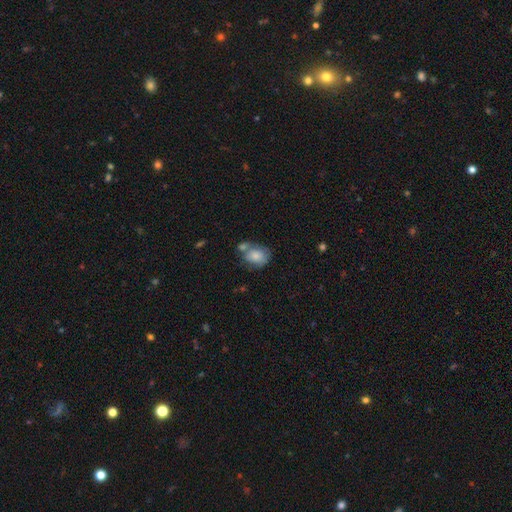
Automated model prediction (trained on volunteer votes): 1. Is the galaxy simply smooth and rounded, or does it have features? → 76% smooth, 16% featured or disk, 8% star or artifact.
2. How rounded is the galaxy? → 59% in between, 40% round, 1% cigar-shaped.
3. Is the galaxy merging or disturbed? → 36% none, 35% merger, 20% minor disturbance, 8% major disturbance.